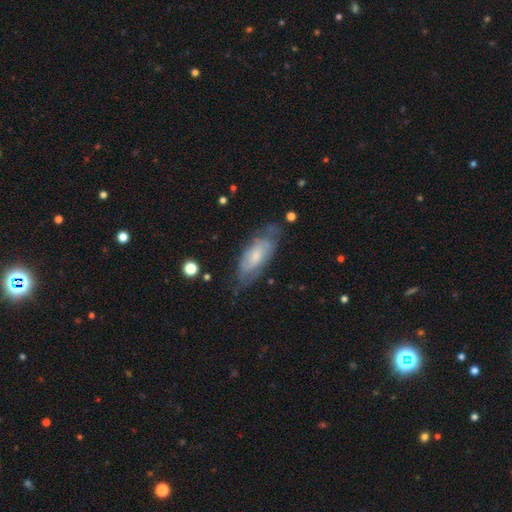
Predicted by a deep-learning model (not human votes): Smooth or featured? Predicted: featured or disk (p=0.48). Merging? Predicted: none (p=0.61).